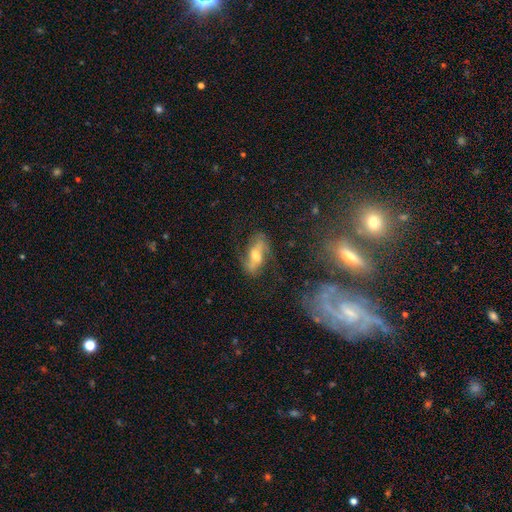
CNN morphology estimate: A featured or disk galaxy (65%) with a weak bar (38%), spiral arms (83%) and a moderate central bulge (62%). Merging: none (62%).